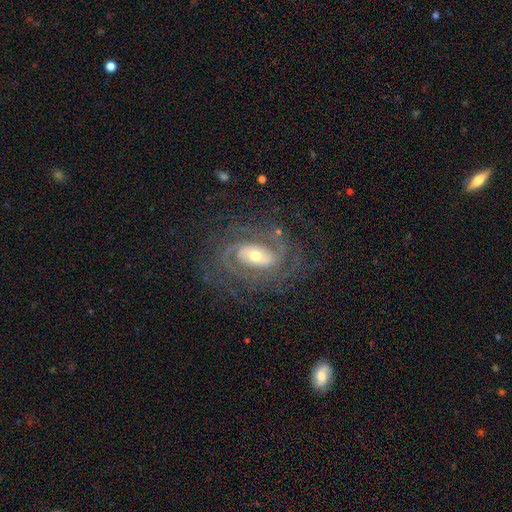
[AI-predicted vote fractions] featured or disk 88%, smooth 6%, star or artifact 6%. Down the decision tree: edge-on disk — no (96%); bar — no (40%); spiral arms — yes (95%); spiral arm count — 2 (44%); spiral winding — tight (60%); bulge size — moderate (54%); merging — none (73%).